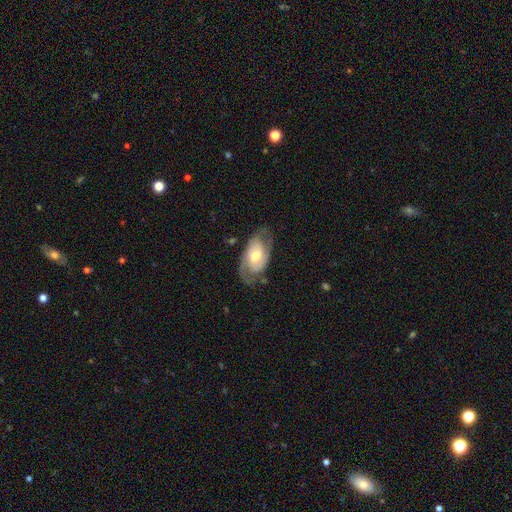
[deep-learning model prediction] smooth_or_featured: featured or disk (p=0.72) [alt: smooth p=0.23]
disk_edge_on: no (p=0.94) [alt: yes p=0.06]
bar: no (p=0.58) [alt: weak p=0.33]
has_spiral_arms: yes (p=0.86) [alt: no p=0.14]
spiral_winding: medium (p=0.44) [alt: tight p=0.38]
spiral_arm_count: 2 (p=0.80) [alt: can't tell p=0.12]
bulge_size: moderate (p=0.70) [alt: small p=0.16]
merging: none (p=0.68) [alt: minor disturbance p=0.21]